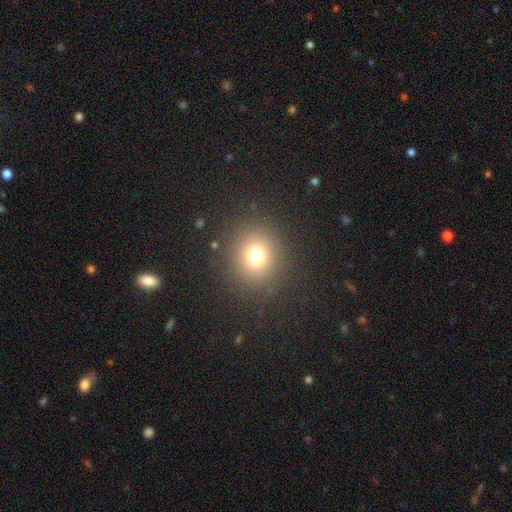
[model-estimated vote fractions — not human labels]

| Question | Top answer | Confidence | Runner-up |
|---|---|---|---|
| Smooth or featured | smooth | 73% | star or artifact (18%) |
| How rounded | round | 89% | in between (10%) |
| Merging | none | 87% | minor disturbance (7%) |